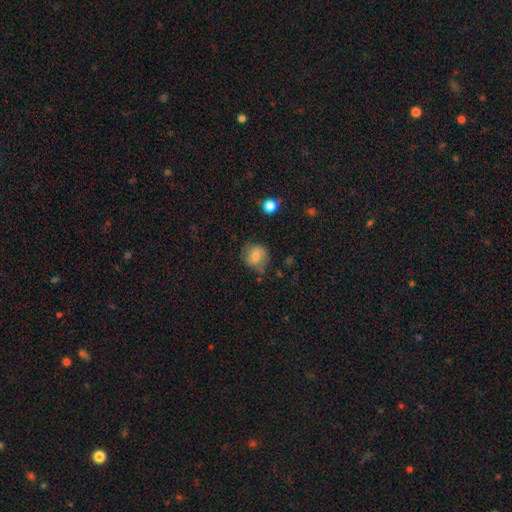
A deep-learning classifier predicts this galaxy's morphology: Overall: smooth (68%). How rounded: round (84%). Merging: none (70%).